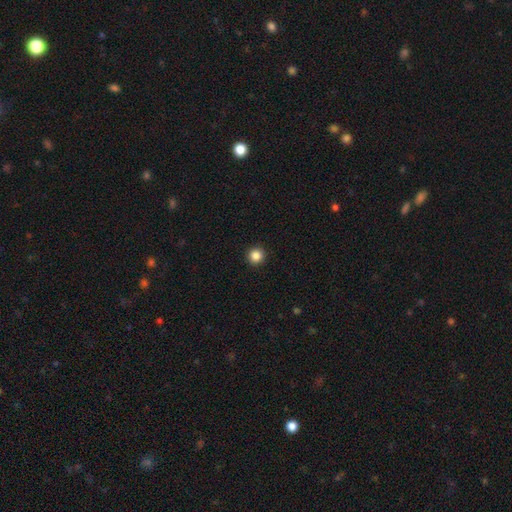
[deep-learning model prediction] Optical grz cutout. It shows a smooth galaxy with no disk features (86%) that is round (96%). Merging: none (94%).